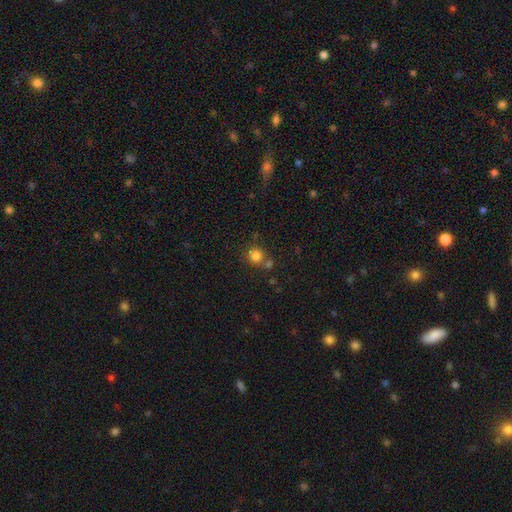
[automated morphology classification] type=smooth (81%); roundness=round (90%); merging=none (66%).